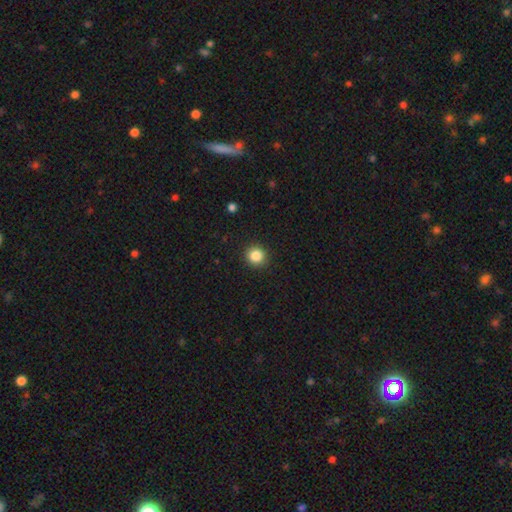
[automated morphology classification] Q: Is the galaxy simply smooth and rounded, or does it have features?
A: smooth — 85%.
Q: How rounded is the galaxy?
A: round — 93%.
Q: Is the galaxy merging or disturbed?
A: none — 92%.